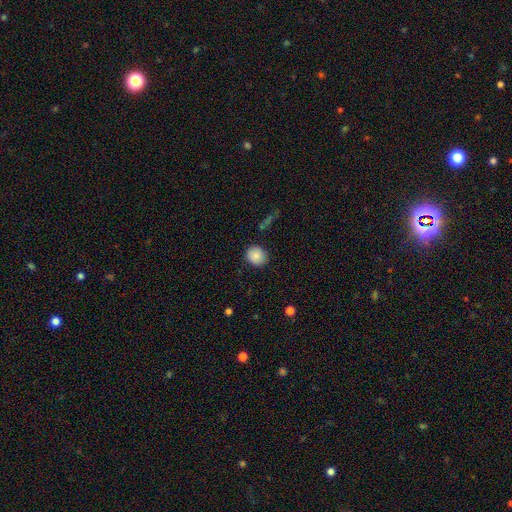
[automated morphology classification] This is clearly a smooth galaxy (87%). How rounded: likely round (79%). Merging: clearly none (87%).